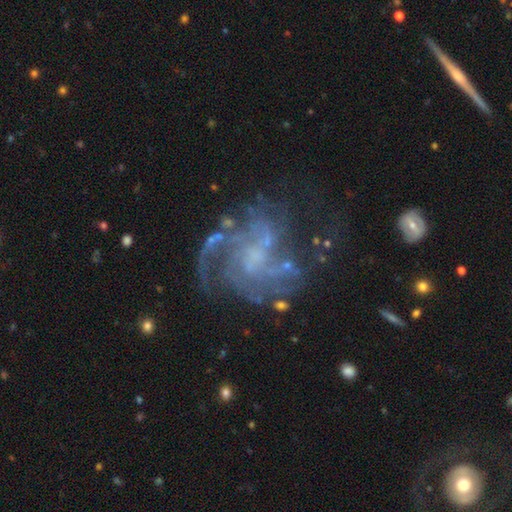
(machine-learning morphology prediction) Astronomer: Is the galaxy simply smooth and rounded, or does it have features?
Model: featured or disk — 84%.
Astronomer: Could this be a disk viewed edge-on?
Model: no — 98%.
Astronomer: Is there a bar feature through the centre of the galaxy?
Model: no — 58% (runner-up: weak, 34%).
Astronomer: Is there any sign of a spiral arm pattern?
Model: yes — 91%.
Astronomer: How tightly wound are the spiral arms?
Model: medium — 46% (runner-up: tight, 32%).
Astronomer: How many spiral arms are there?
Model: can't tell — 27% (runner-up: 3, 26%).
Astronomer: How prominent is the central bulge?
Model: none — 46% (runner-up: small, 34%).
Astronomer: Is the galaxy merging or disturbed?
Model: none — 53%.